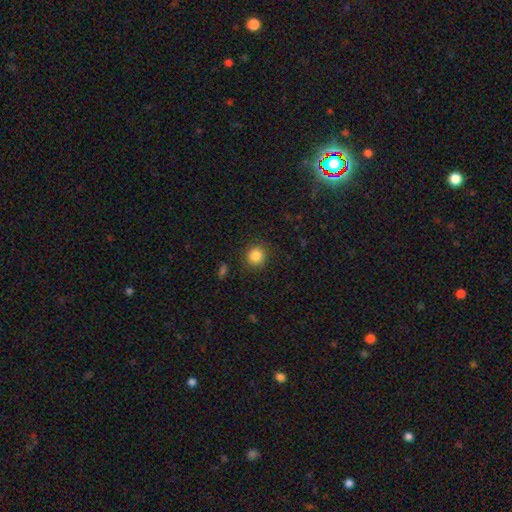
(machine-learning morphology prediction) Smooth or featured?
  - smooth: 85% *
  - star or artifact: 10%
  - featured or disk: 5%
How rounded?
  - round: 91% *
  - in between: 8%
  - cigar-shaped: 1%
Merging?
  - none: 89% *
  - minor disturbance: 8%
  - major disturbance: 3%
  - merger: 1%